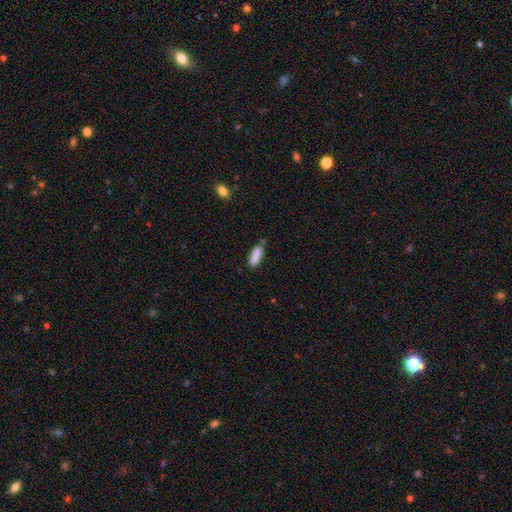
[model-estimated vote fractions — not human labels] The model was most divided on "how rounded": cigar-shaped: 50%, in between: 48%, round: 2%. More confident: smooth or featured — smooth (86%); merging — none (69%).